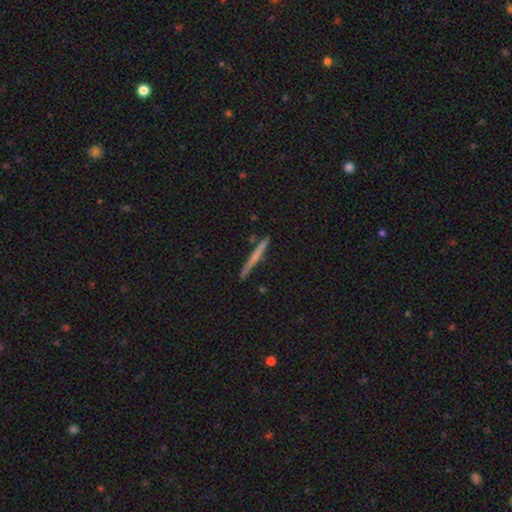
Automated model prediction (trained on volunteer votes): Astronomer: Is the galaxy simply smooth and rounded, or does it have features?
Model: smooth — 49% (runner-up: featured or disk, 44%).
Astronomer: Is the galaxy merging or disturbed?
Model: none — 88%.